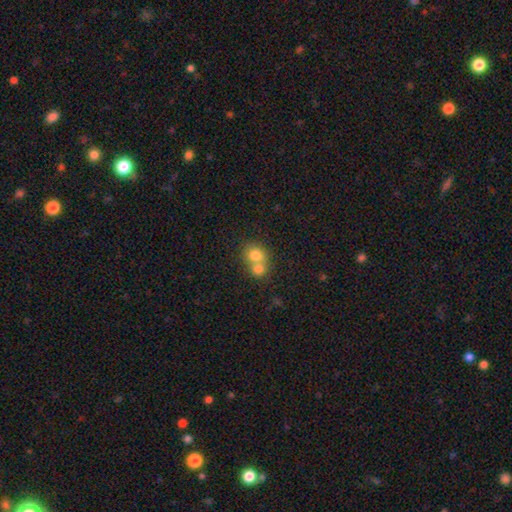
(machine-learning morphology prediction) Smooth or featured?
  - smooth: 77% *
  - featured or disk: 13%
  - star or artifact: 10%
How rounded?
  - round: 77% *
  - in between: 22%
  - cigar-shaped: 1%
Merging?
  - merger: 62% *
  - none: 31%
  - minor disturbance: 5%
  - major disturbance: 2%